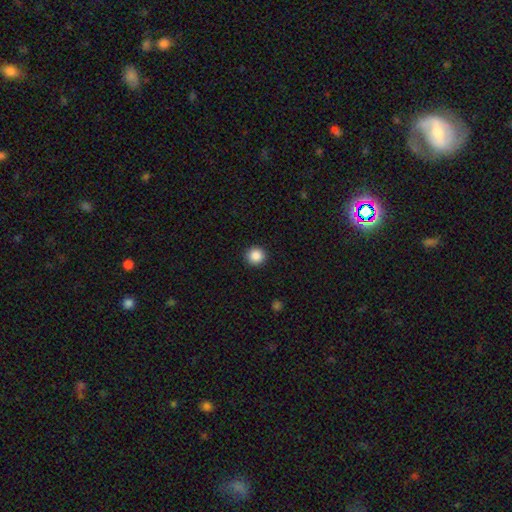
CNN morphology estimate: Smooth or featured? Predicted: smooth (p=0.88). How rounded? Predicted: round (p=0.95). Merging? Predicted: none (p=0.93).